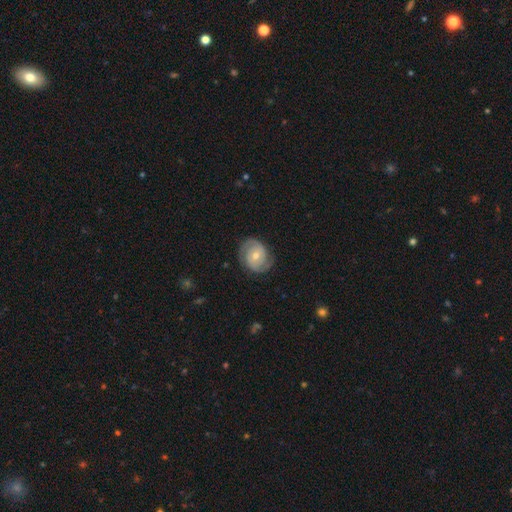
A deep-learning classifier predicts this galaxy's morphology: Overall: featured or disk (82%). Edge-on disk: no (98%). Bar: no (62%; weak 30%). Spiral arms: yes (95%). Spiral arm count: 2 (87%). Spiral winding: tight (56%; medium 35%). Bulge size: moderate (59%; small 37%). Merging: none (80%).